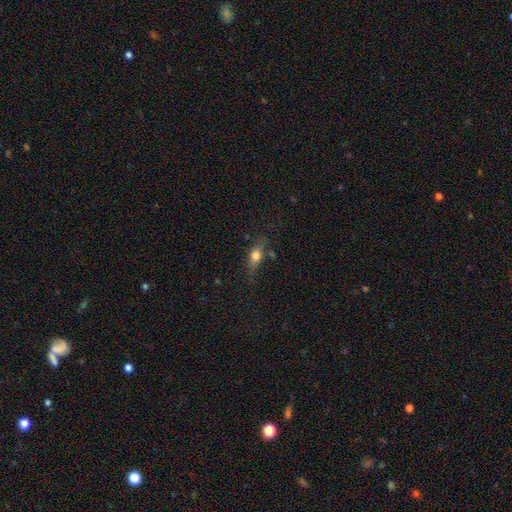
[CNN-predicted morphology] smooth 64%, featured or disk 27%, star or artifact 10%. Down the decision tree: how rounded — in between (64%); merging — none (63%).